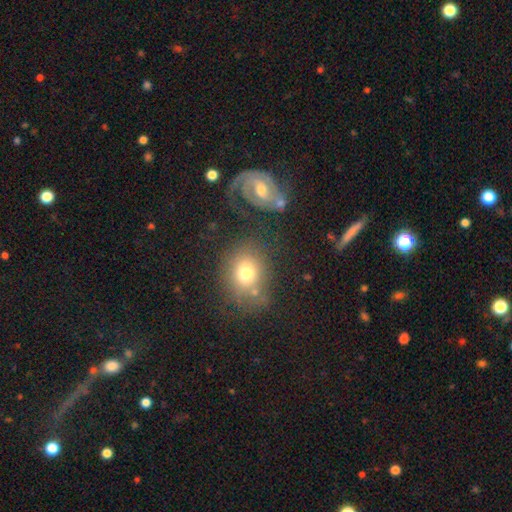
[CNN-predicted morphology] The model was most divided on "how rounded": round: 62%, in between: 37%, cigar-shaped: 2%. More confident: merging — none (66%); smooth or featured — smooth (52%).